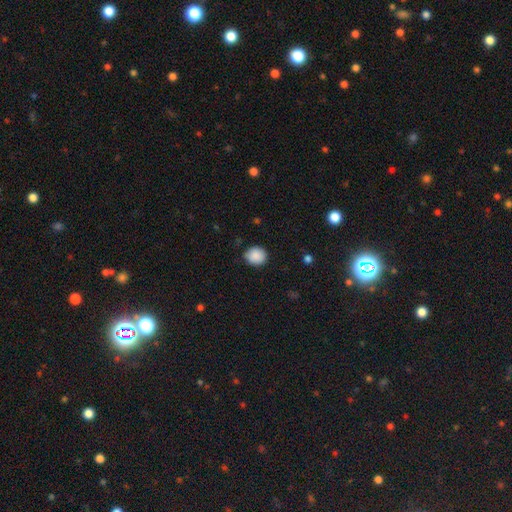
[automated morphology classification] Smooth or featured: smooth — 88% (star or artifact — 8%)
How rounded: round — 80% (in between — 19%)
Merging: none — 82% (minor disturbance — 14%)